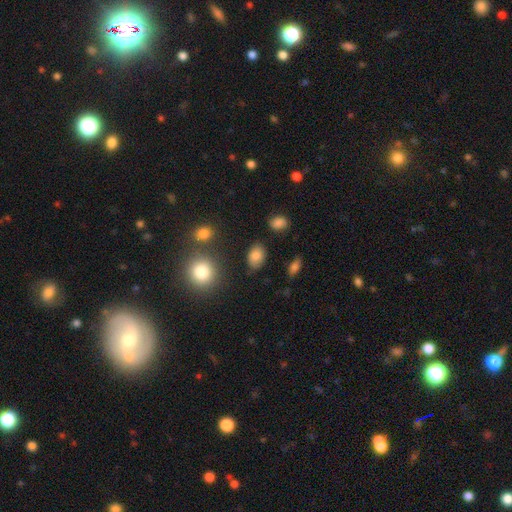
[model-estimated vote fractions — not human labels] A smooth galaxy with no disk features (83%) that is in between round and cigar-shaped (85%).

Vote fractions:
- Smooth or featured? smooth: 83% / star or artifact: 10% / featured or disk: 7%
- How rounded? in between: 85% / round: 14% / cigar-shaped: 1%
- Merging? none: 80% / minor disturbance: 13% / major disturbance: 3% / merger: 3%